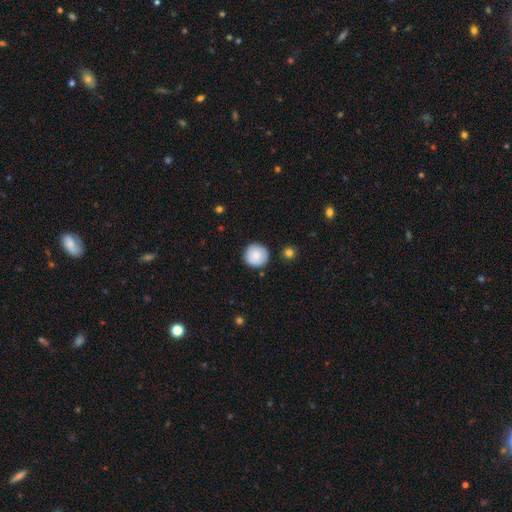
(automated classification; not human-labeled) This is clearly a smooth galaxy (82%). How rounded: clearly round (95%). Merging: clearly none (87%).